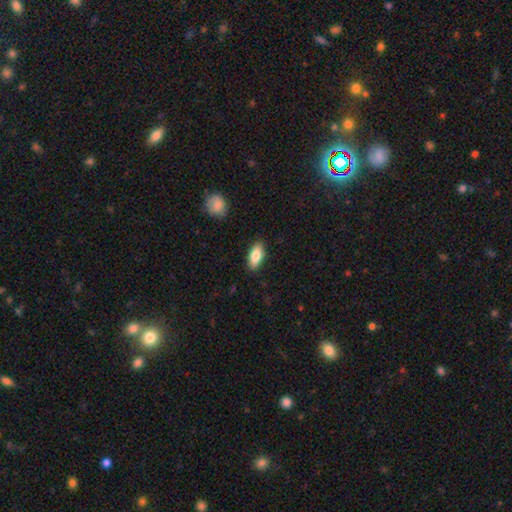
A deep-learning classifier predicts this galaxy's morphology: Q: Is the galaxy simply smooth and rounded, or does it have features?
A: smooth — 82%.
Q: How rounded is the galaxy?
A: in between — 87%.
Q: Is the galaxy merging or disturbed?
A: none — 88%.